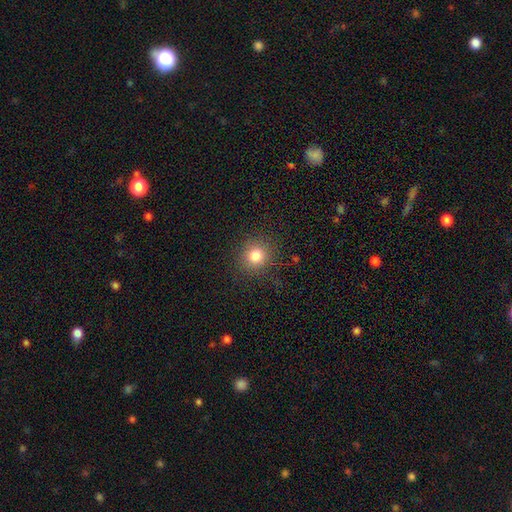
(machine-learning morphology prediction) The model was most divided on "smooth or featured": smooth: 81%, star or artifact: 13%, featured or disk: 6%. More confident: merging — none (89%); how rounded — round (89%).